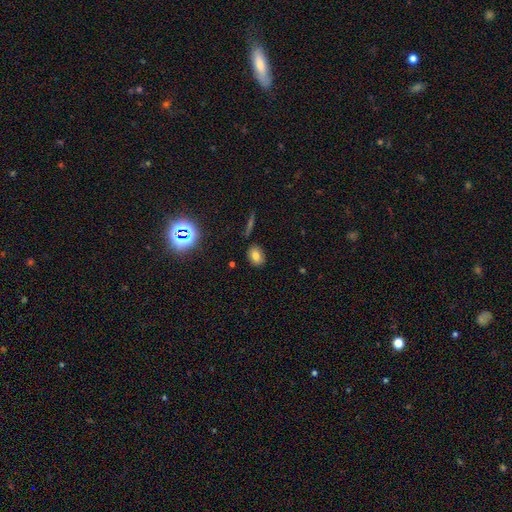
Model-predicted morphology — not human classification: Q: Smooth or featured?
A: smooth (74%); runner-up: star or artifact (15%)
Q: How rounded?
A: in between (71%); runner-up: round (27%)
Q: Merging?
A: none (85%); runner-up: minor disturbance (10%)